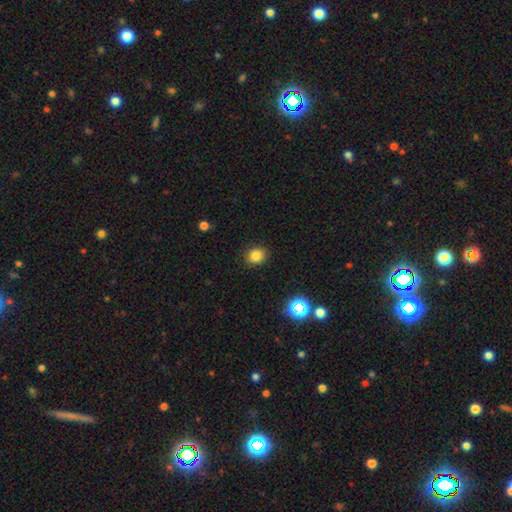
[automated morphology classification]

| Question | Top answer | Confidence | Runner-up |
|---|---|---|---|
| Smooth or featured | smooth | 81% | star or artifact (14%) |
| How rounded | round | 74% | in between (25%) |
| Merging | none | 89% | minor disturbance (8%) |